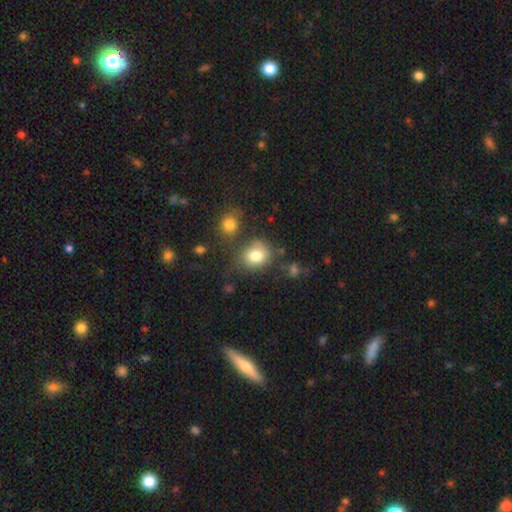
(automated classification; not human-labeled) Smooth or featured?
  - smooth: 80% *
  - star or artifact: 10%
  - featured or disk: 9%
How rounded?
  - round: 63% *
  - in between: 36%
  - cigar-shaped: 1%
Merging?
  - none: 62% *
  - minor disturbance: 18%
  - merger: 13%
  - major disturbance: 8%